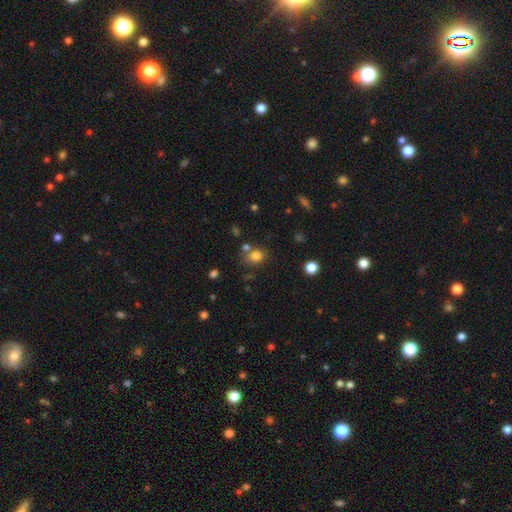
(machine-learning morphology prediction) This is likely a smooth galaxy (79%). How rounded: possibly round (59%). Merging: likely none (63%).